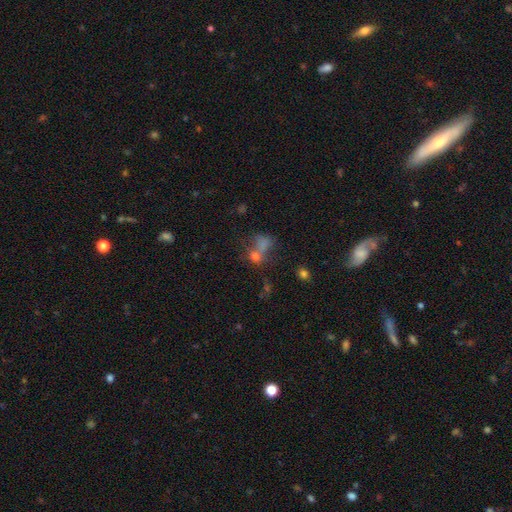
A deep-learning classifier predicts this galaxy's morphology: Overall: smooth (61%; star or artifact 22%). How rounded: in between (49%; round 48%). Merging: merger (51%; none 28%).